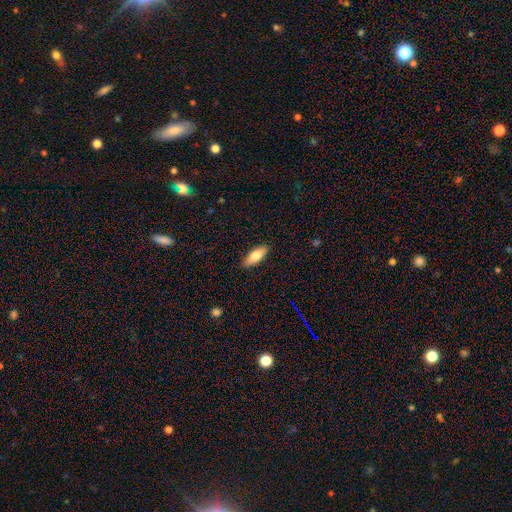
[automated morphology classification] type=smooth (73%); roundness=in between (67%); merging=none (89%).